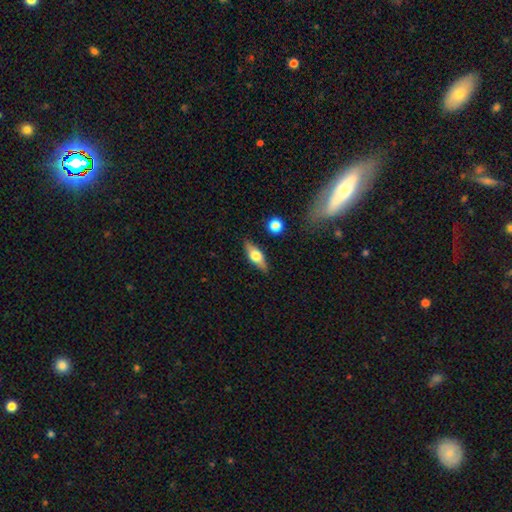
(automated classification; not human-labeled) Smooth or featured? Predicted: smooth (p=0.47). Merging? Predicted: none (p=0.85).